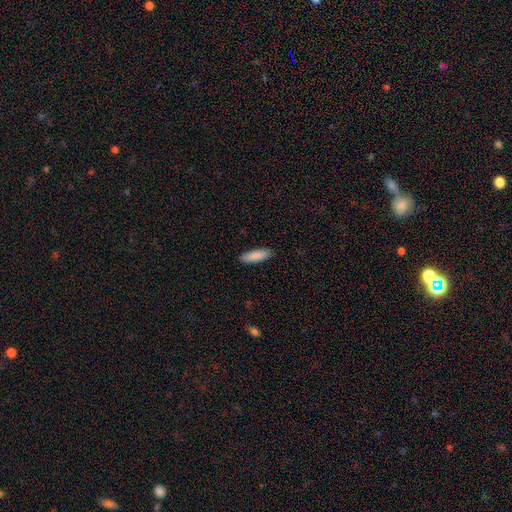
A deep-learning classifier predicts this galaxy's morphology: Smooth or featured?
  - smooth: 88% *
  - star or artifact: 6%
  - featured or disk: 6%
How rounded?
  - cigar-shaped: 50% *
  - in between: 48%
  - round: 1%
Merging?
  - none: 89% *
  - minor disturbance: 8%
  - major disturbance: 2%
  - merger: 1%